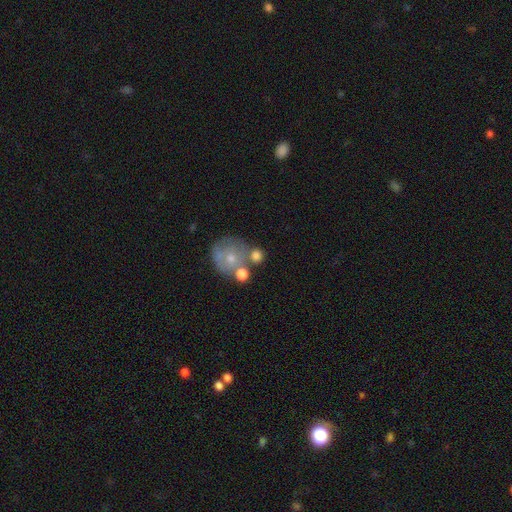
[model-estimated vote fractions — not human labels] Q: Smooth or featured?
A: smooth (67%); runner-up: featured or disk (22%)
Q: How rounded?
A: round (82%); runner-up: in between (16%)
Q: Merging?
A: none (48%); runner-up: merger (31%)